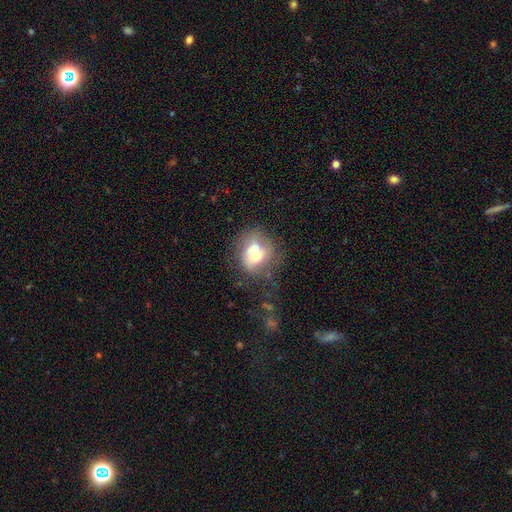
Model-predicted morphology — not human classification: This is possibly a smooth galaxy (54%). How rounded: likely round (65%). Merging: marginally merger (43%).